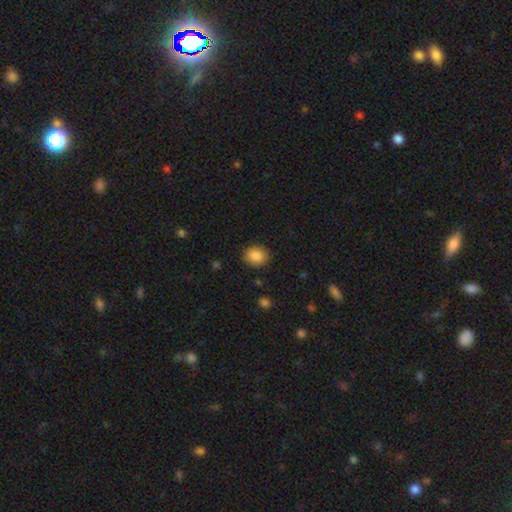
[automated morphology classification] This appears to be a smooth galaxy with no disk features (86%) that is round (69%). Merging: none (88%).